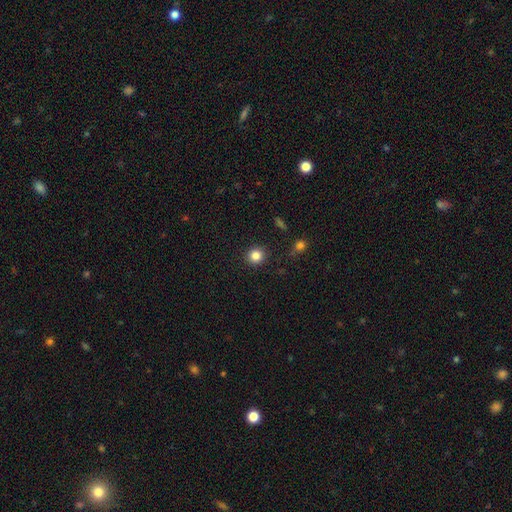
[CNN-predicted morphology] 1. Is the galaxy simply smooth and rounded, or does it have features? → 84% smooth, 11% star or artifact, 5% featured or disk.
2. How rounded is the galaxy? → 91% round, 8% in between, 1% cigar-shaped.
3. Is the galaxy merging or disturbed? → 90% none, 6% minor disturbance, 2% major disturbance, 2% merger.